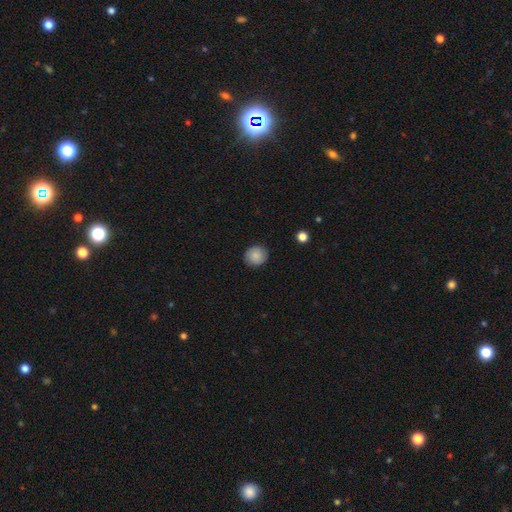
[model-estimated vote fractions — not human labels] Smooth or featured?
  - smooth: 78% *
  - featured or disk: 14%
  - star or artifact: 8%
How rounded?
  - round: 87% *
  - in between: 12%
  - cigar-shaped: 1%
Merging?
  - none: 87% *
  - minor disturbance: 9%
  - major disturbance: 2%
  - merger: 1%